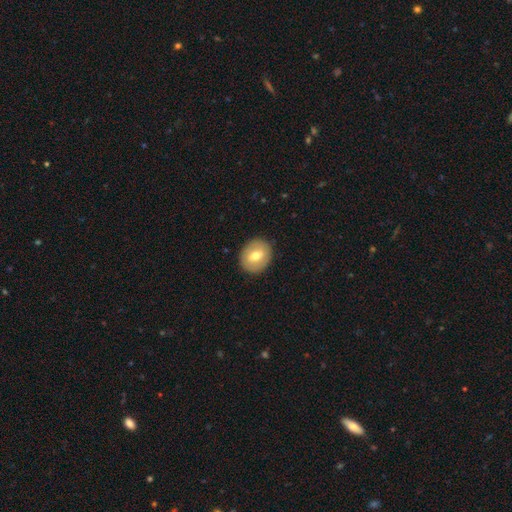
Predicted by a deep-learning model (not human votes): Q: Smooth or featured?
A: smooth (64%); runner-up: featured or disk (28%)
Q: How rounded?
A: round (71%); runner-up: in between (28%)
Q: Merging?
A: none (89%); runner-up: minor disturbance (7%)